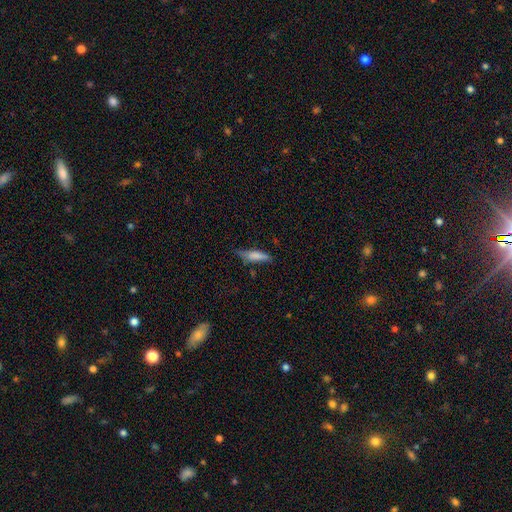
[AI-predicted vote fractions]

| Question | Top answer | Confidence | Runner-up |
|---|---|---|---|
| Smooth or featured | smooth | 73% | featured or disk (19%) |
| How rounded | cigar-shaped | 69% | in between (29%) |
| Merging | none | 58% | minor disturbance (30%) |